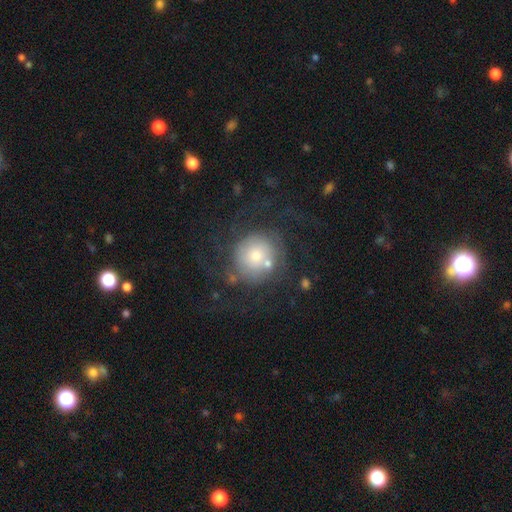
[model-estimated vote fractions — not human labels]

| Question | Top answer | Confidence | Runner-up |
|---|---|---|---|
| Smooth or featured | featured or disk | 50% | smooth (33%) |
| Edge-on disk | no | 95% | yes (5%) |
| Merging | none | 67% | major disturbance (15%) |